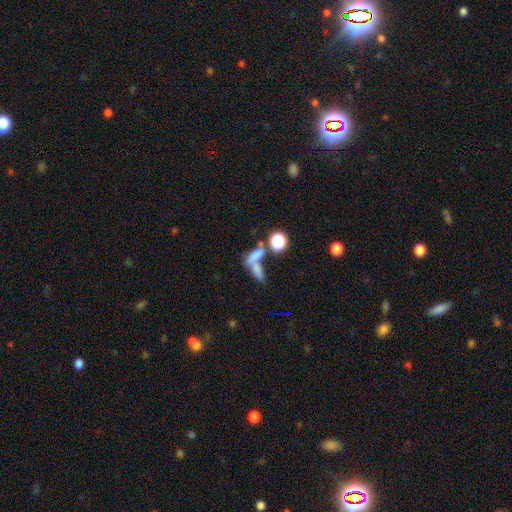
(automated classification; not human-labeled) A smooth galaxy with no disk features (64%) that is in between round and cigar-shaped (60%). Merging: merger (58%).